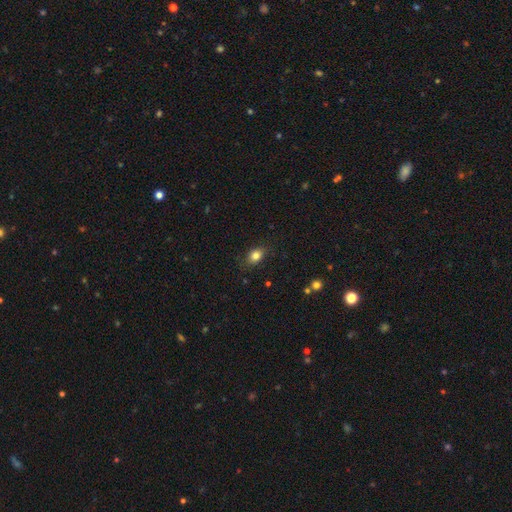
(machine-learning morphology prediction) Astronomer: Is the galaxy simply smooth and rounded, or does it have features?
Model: smooth — 83%.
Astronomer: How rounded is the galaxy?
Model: in between — 72%.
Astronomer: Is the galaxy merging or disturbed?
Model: none — 81%.